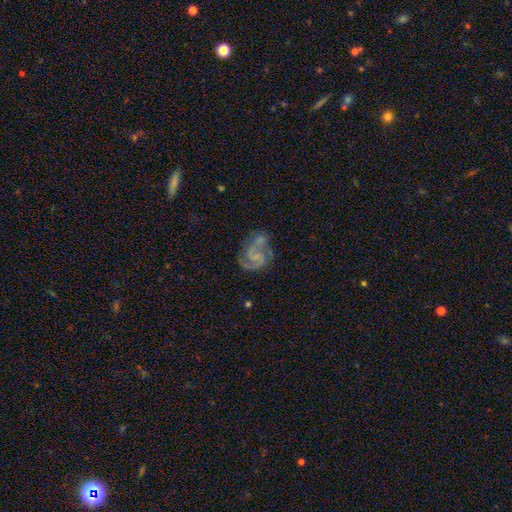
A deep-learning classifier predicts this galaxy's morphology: type=featured or disk (84%); edge-on=no (98%); bar=no (52%); spiral arms=yes (96%); winding=medium (54%); arm count=2 (82%); bulge=none (47%); merging=none (53%).